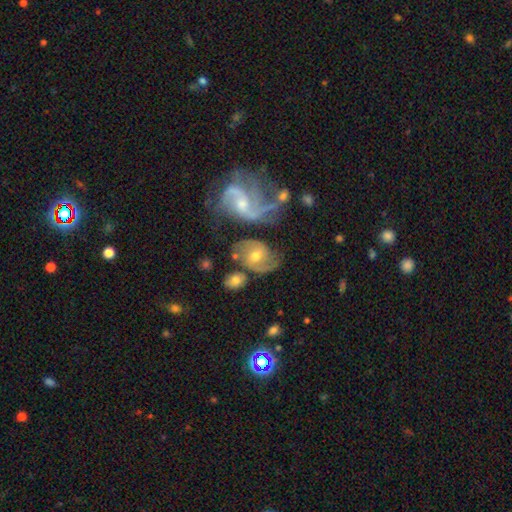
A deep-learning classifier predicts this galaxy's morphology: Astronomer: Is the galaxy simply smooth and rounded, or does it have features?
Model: featured or disk — 73%.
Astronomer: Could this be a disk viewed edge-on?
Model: no — 97%.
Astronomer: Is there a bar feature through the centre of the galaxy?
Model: no — 44%, tied with weak at 44%.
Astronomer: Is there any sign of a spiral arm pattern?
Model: yes — 88%.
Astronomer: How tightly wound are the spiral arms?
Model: medium — 50% (runner-up: loose, 28%).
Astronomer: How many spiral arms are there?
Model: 2 — 75%.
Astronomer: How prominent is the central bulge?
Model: moderate — 63%.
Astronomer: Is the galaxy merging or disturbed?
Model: none — 47%.